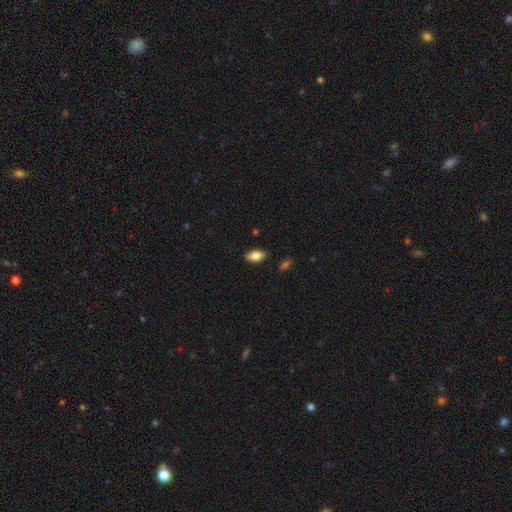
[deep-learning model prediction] Q: Smooth or featured?
A: smooth (80%); runner-up: featured or disk (12%)
Q: How rounded?
A: in between (90%); runner-up: cigar-shaped (6%)
Q: Merging?
A: none (86%); runner-up: minor disturbance (11%)